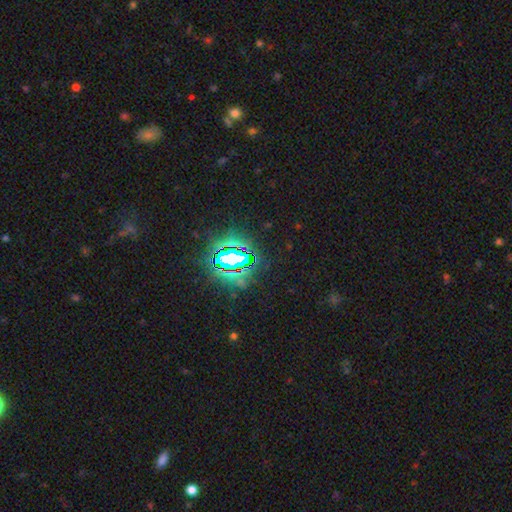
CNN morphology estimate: The model was most divided on "smooth or featured": star or artifact: 80%, smooth: 12%, featured or disk: 7%.